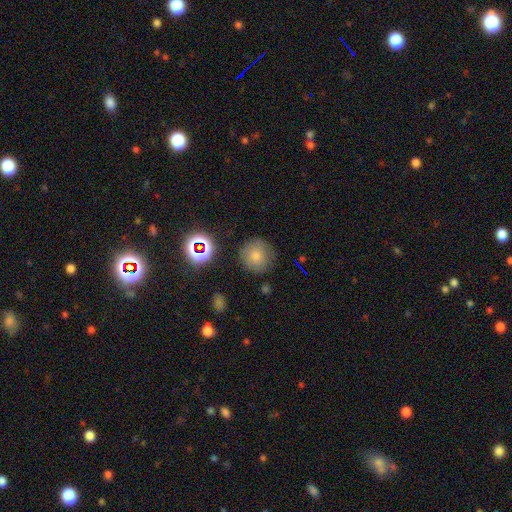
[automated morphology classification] smooth-or-featured: smooth: 76% | star or artifact: 15% | featured or disk: 9%
  how-rounded: round: 93% | in between: 6% | cigar-shaped: 1%
  merging: none: 83% | minor disturbance: 11% | major disturbance: 4% | merger: 3%